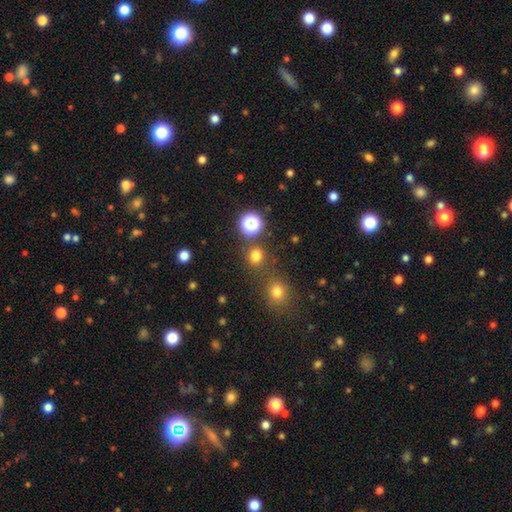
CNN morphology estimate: This is likely a smooth galaxy (73%). How rounded: clearly round (83%). Merging: likely none (76%).